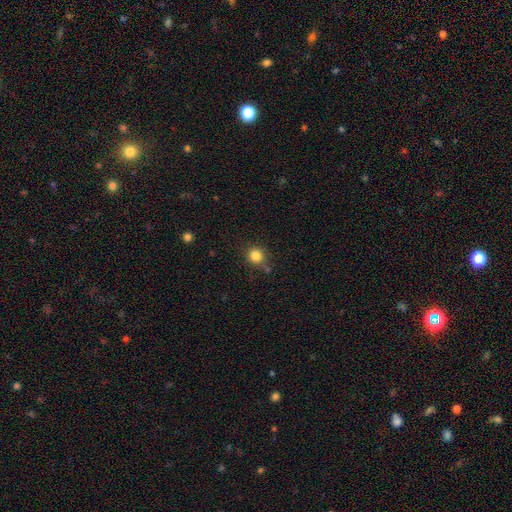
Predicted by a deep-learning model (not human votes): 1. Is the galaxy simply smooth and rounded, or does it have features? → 83% smooth, 12% star or artifact, 5% featured or disk.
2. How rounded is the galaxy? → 91% round, 8% in between, 1% cigar-shaped.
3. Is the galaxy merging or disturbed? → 78% none, 13% minor disturbance, 6% merger, 3% major disturbance.